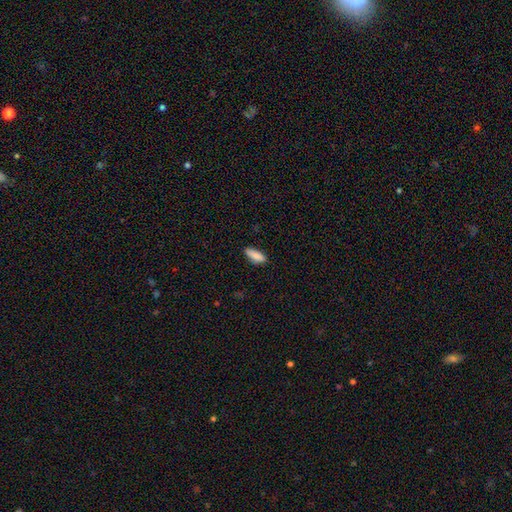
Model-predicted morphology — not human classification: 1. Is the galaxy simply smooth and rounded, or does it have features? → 86% smooth, 7% featured or disk, 7% star or artifact.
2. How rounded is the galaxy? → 67% in between, 31% cigar-shaped, 2% round.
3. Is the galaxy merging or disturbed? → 79% none, 17% minor disturbance, 3% major disturbance, 2% merger.